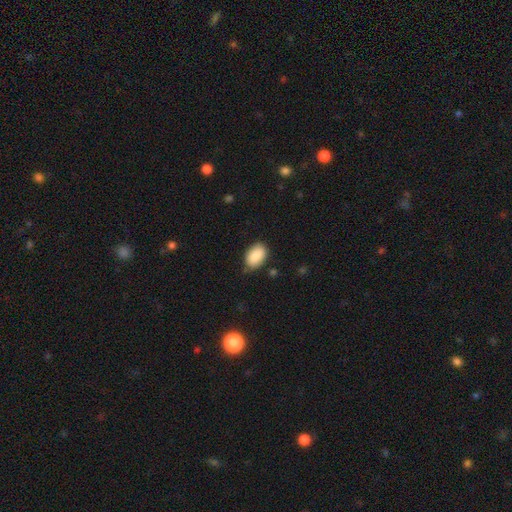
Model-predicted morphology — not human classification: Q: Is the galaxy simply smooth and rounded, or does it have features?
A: smooth — 88%.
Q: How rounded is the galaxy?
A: in between — 90%.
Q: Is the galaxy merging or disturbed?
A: none — 72%.